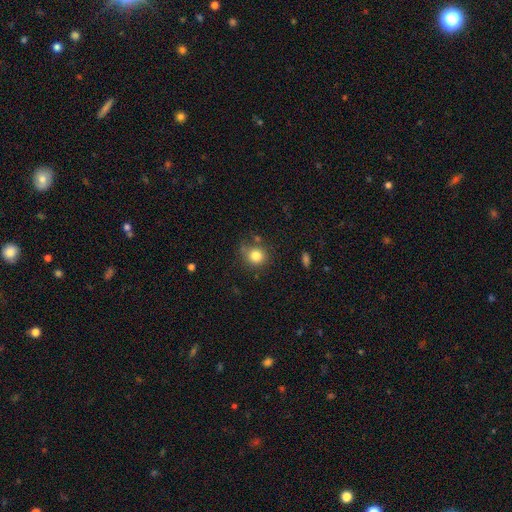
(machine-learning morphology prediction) smooth 82%, star or artifact 11%, featured or disk 7%. Down the decision tree: how rounded — round (87%); merging — none (72%).